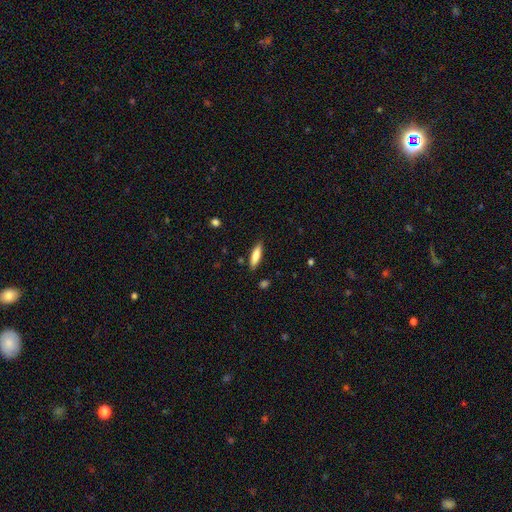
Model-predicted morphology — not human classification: Overall: smooth (83%). How rounded: cigar-shaped (64%; in between 34%). Merging: none (86%).